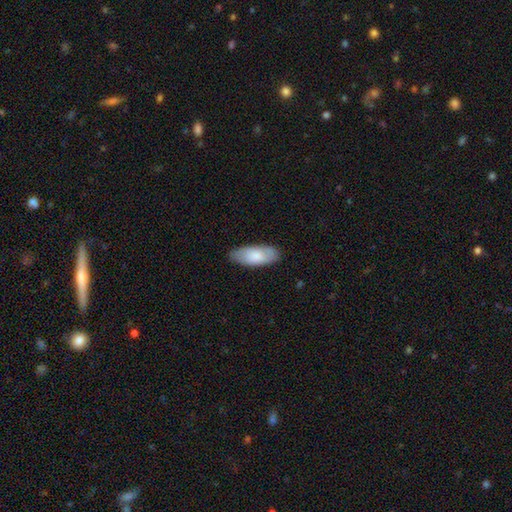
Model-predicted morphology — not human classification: smooth_or_featured: smooth (p=0.75) [alt: featured or disk p=0.19]
how_rounded: in between (p=0.84) [alt: cigar-shaped p=0.14]
merging: none (p=0.81) [alt: minor disturbance p=0.15]